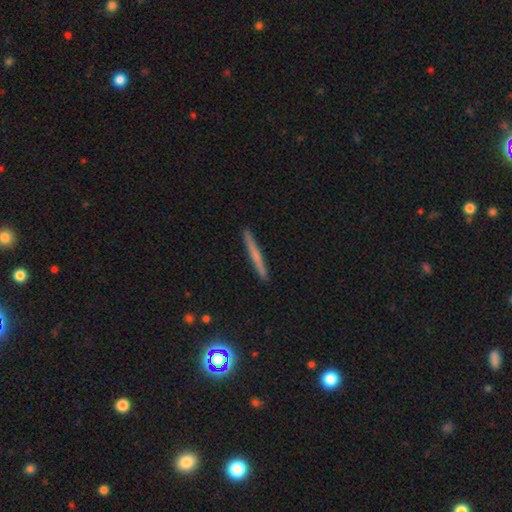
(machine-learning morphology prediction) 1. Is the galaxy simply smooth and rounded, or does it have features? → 51% smooth, 41% featured or disk, 9% star or artifact.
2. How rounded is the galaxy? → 95% cigar-shaped, 2% round, 2% in between.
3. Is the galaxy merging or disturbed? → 92% none, 6% minor disturbance, 1% major disturbance, 1% merger.